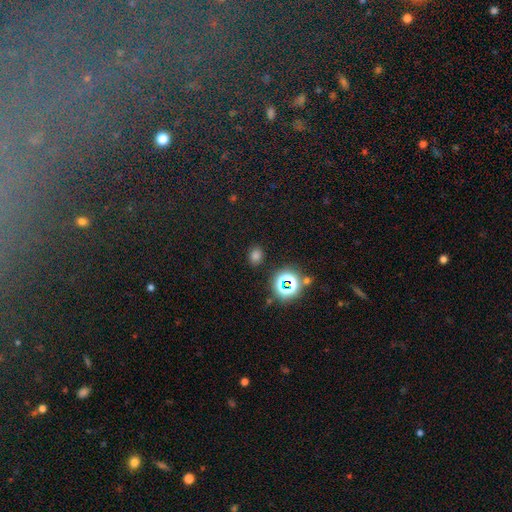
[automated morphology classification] smooth 68%, star or artifact 27%, featured or disk 5%. Down the decision tree: how rounded — round (54%); merging — none (87%).